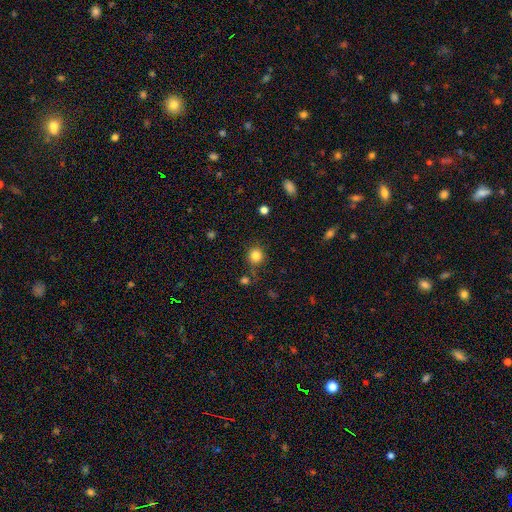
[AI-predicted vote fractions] Morphology: type=smooth (83%); roundness=round (90%); merging=none (80%).